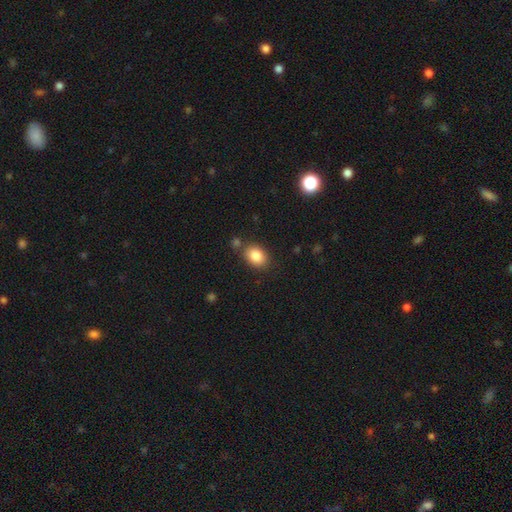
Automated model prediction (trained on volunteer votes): This is clearly a smooth galaxy (85%). How rounded: likely in between (71%). Merging: likely none (76%).